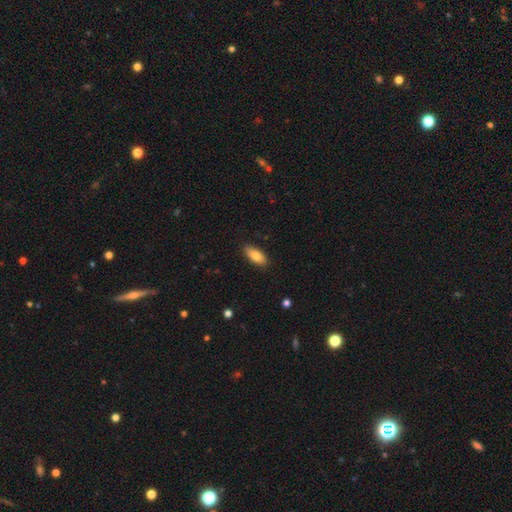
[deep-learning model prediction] Smooth or featured: smooth — 84% (featured or disk — 10%)
How rounded: in between — 84% (cigar-shaped — 14%)
Merging: none — 86% (minor disturbance — 10%)